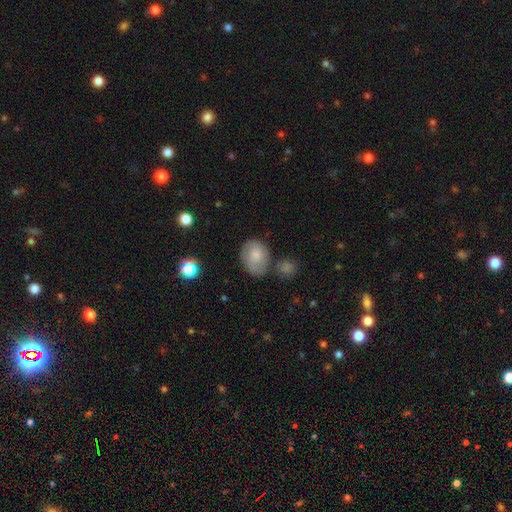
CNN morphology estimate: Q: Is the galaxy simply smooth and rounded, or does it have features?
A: smooth — 66%.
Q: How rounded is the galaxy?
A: in between — 61%.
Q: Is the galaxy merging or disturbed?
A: none — 53%.